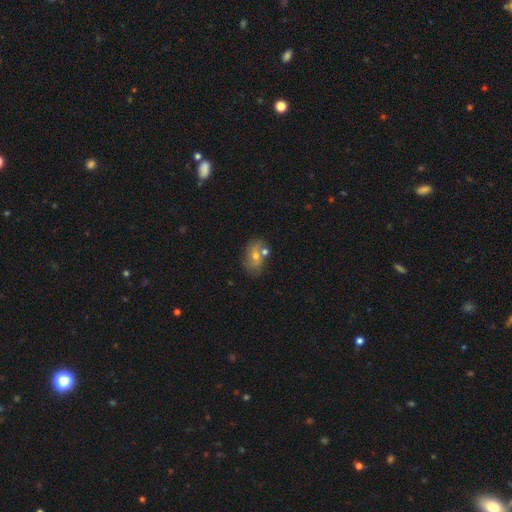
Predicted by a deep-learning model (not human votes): Smooth or featured? Predicted: smooth (p=0.53). How rounded? Predicted: in between (p=0.75). Merging? Predicted: none (p=0.57).